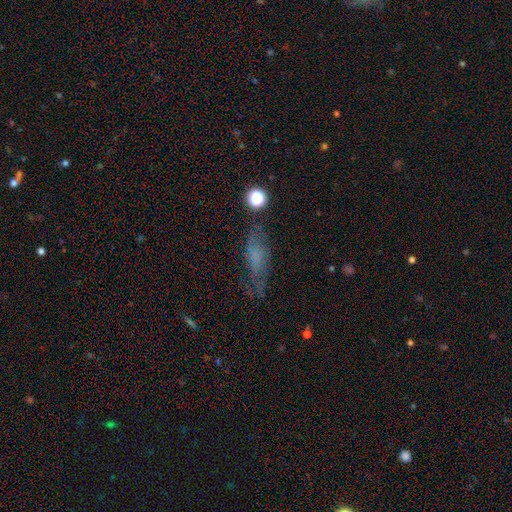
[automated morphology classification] The model was most divided on "smooth or featured": smooth: 46%, featured or disk: 38%, star or artifact: 16%. More confident: merging — none (60%).